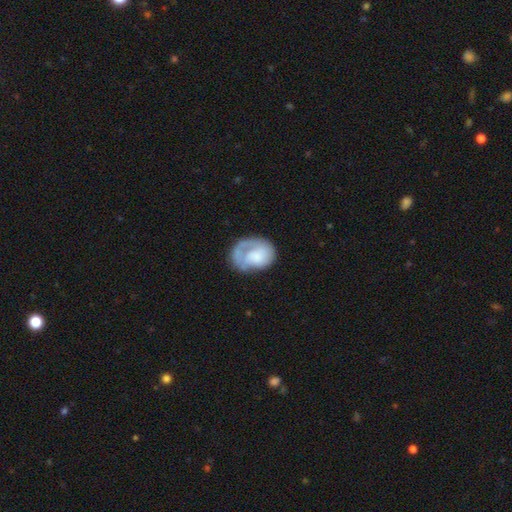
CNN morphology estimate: smooth_or_featured: smooth (p=0.51) [alt: featured or disk p=0.42]
how_rounded: in between (p=0.58) [alt: round p=0.41]
merging: none (p=0.42) [alt: major disturbance p=0.28]